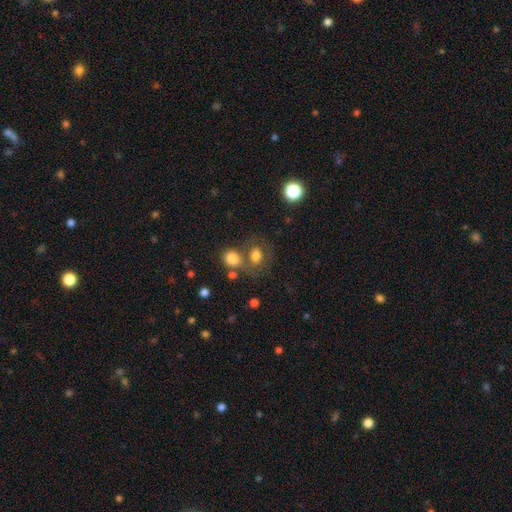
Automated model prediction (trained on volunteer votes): Smooth or featured: smooth — 73% (featured or disk — 16%)
How rounded: in between — 54% (round — 45%)
Merging: none — 51% (merger — 28%)